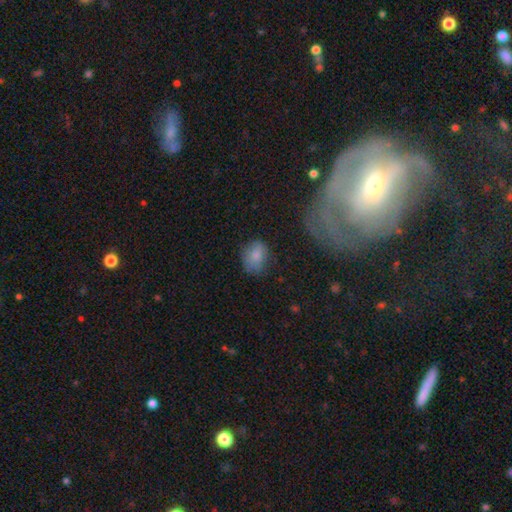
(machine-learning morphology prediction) Smooth or featured: smooth — 82% (featured or disk — 10%)
How rounded: in between — 63% (round — 36%)
Merging: none — 69% (minor disturbance — 23%)